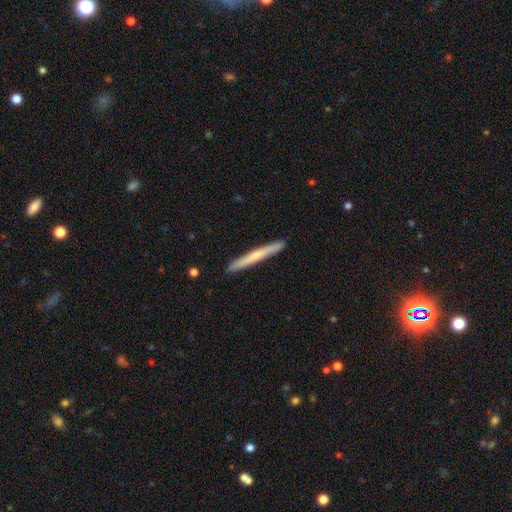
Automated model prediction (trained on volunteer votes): Overall: smooth (56%; featured or disk 39%). How rounded: cigar-shaped (97%). Merging: none (91%).